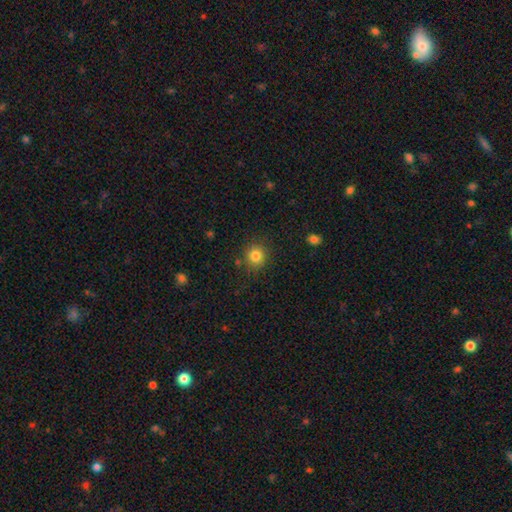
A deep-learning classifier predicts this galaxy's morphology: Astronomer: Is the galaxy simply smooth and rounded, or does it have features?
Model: smooth — 83%.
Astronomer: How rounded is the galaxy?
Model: round — 88%.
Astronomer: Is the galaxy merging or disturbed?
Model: none — 85%.